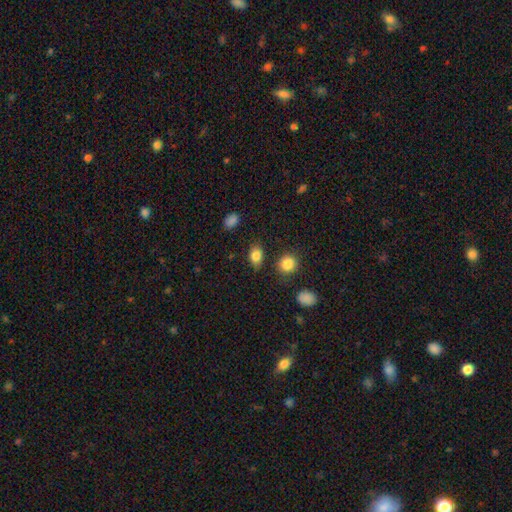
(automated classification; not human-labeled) This is clearly a smooth galaxy (84%). How rounded: likely in between (75%). Merging: clearly none (80%).